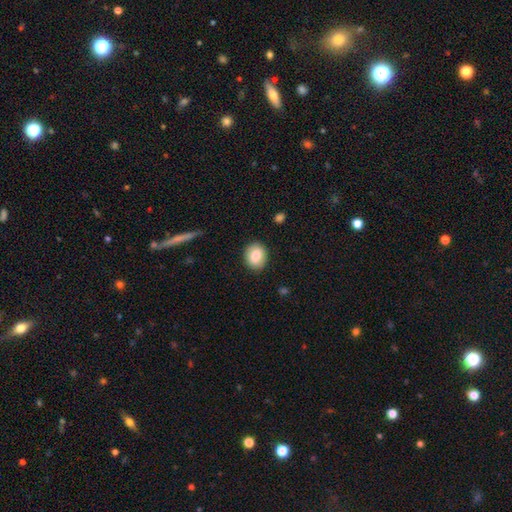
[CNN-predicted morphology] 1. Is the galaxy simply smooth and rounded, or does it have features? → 81% smooth, 11% featured or disk, 8% star or artifact.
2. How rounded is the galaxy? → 55% round, 44% in between, 1% cigar-shaped.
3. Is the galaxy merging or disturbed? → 88% none, 9% minor disturbance, 2% major disturbance, 1% merger.